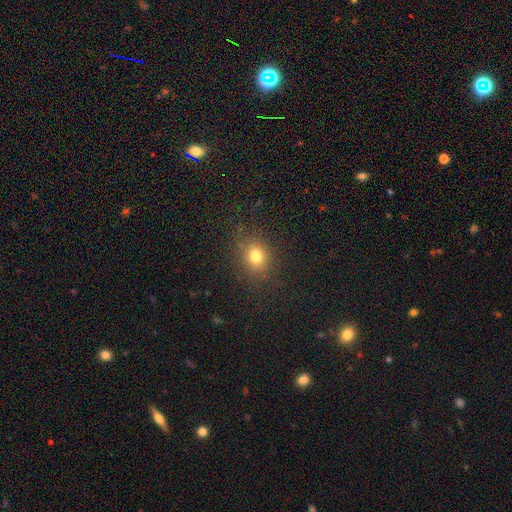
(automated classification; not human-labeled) This appears to be a smooth galaxy with no disk features (76%) that is round (70%). Merging: none (85%).